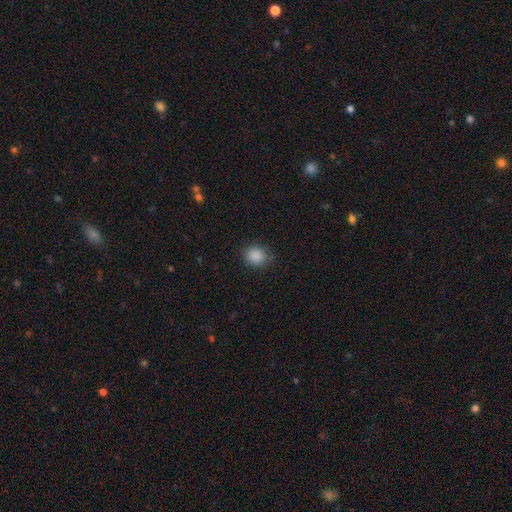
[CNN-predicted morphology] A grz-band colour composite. It shows a smooth galaxy with no disk features (88%) that is round (73%). Merging: none (84%).